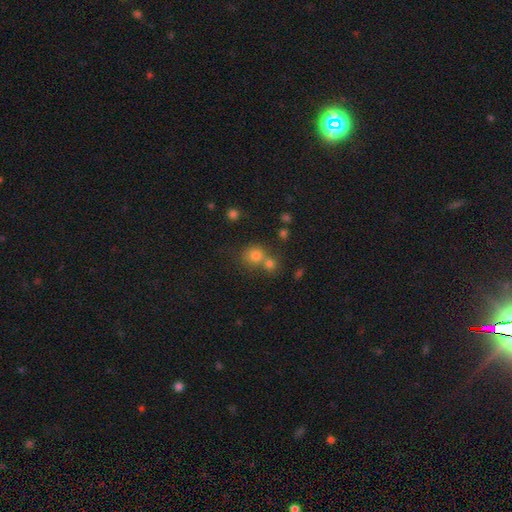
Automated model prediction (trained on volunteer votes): smooth-or-featured: smooth: 76% | star or artifact: 15% | featured or disk: 9%
  how-rounded: round: 83% | in between: 16% | cigar-shaped: 1%
  merging: none: 45% | merger: 44% | minor disturbance: 7% | major disturbance: 3%